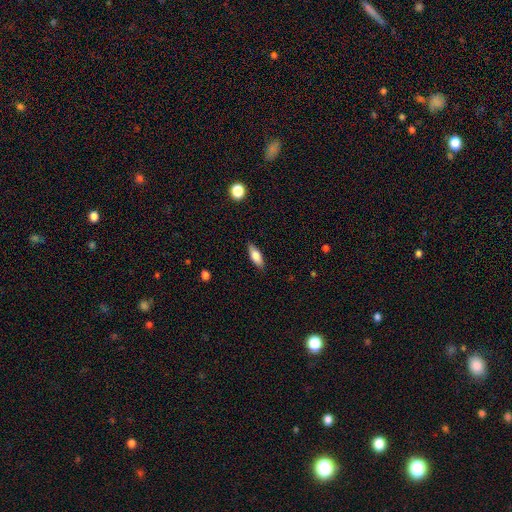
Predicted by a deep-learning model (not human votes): This is likely a smooth galaxy (77%). How rounded: likely in between (73%). Merging: clearly none (86%).